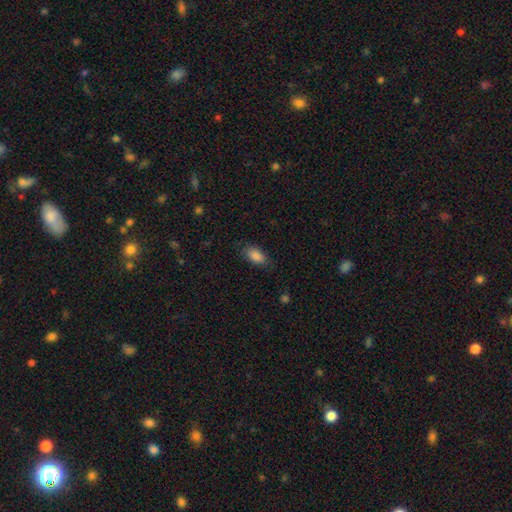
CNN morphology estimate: Smooth or featured?
  - smooth: 88% *
  - star or artifact: 8%
  - featured or disk: 4%
How rounded?
  - in between: 92% *
  - round: 5%
  - cigar-shaped: 4%
Merging?
  - none: 80% *
  - minor disturbance: 15%
  - major disturbance: 4%
  - merger: 1%